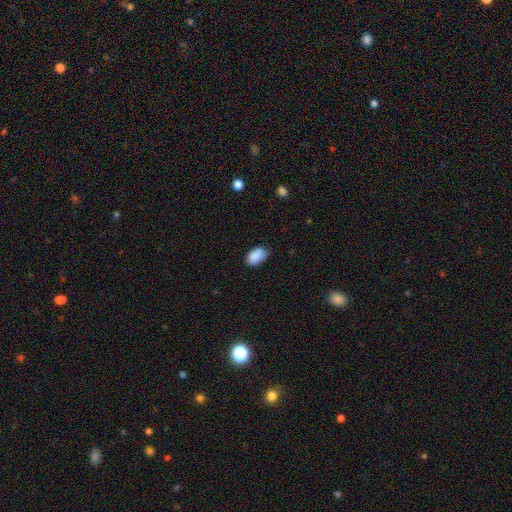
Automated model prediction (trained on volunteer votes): Morphology: type=smooth (87%); roundness=in between (92%); merging=none (72%).